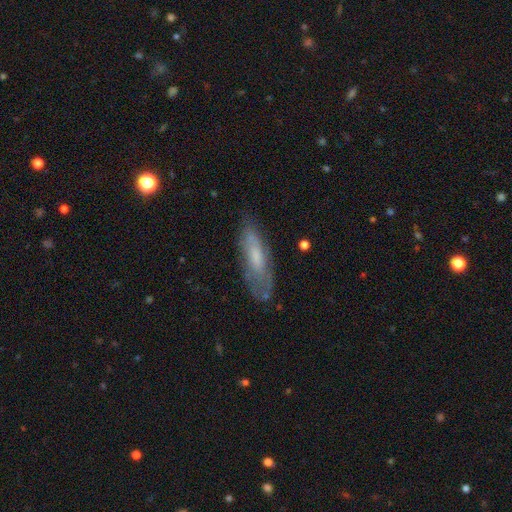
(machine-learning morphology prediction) smooth 50%, featured or disk 43%, star or artifact 7%. Down the decision tree: merging — none (68%).